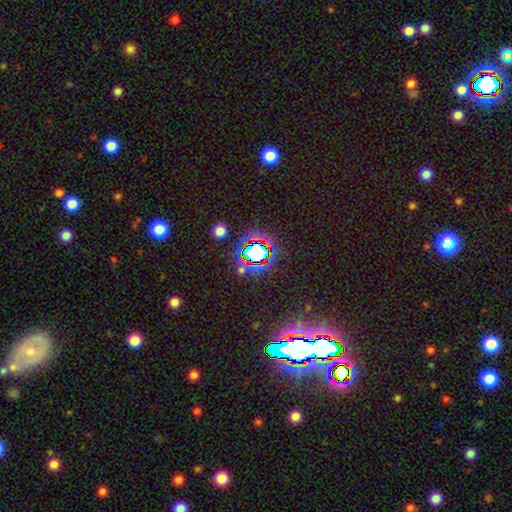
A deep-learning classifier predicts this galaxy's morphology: Smooth or featured?
  - star or artifact: 70% *
  - smooth: 20%
  - featured or disk: 10%